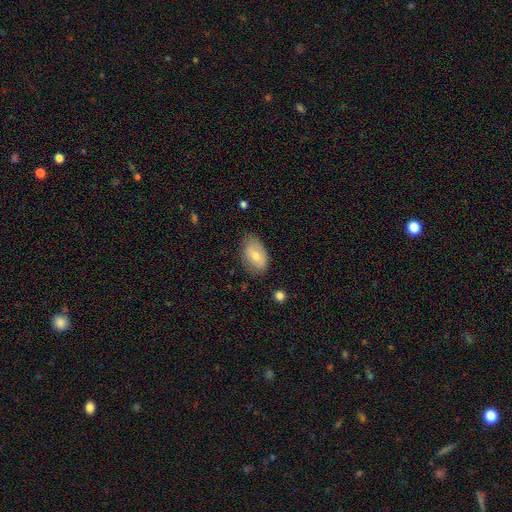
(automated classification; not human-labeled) Smooth or featured? Predicted: smooth (p=0.64). How rounded? Predicted: in between (p=0.90). Merging? Predicted: none (p=0.72).